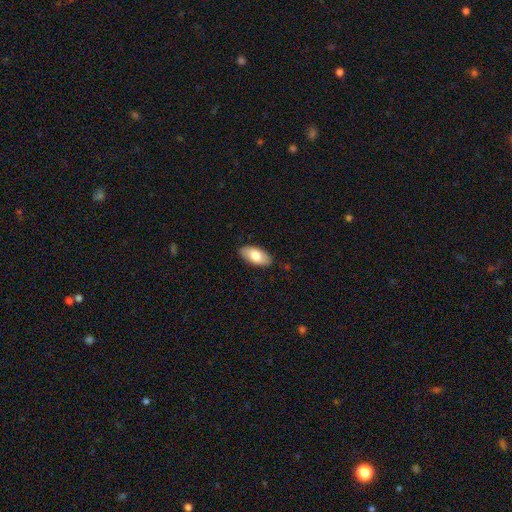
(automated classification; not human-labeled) Smooth or featured: smooth — 77% (featured or disk — 18%)
How rounded: in between — 93% (cigar-shaped — 5%)
Merging: none — 88% (minor disturbance — 9%)